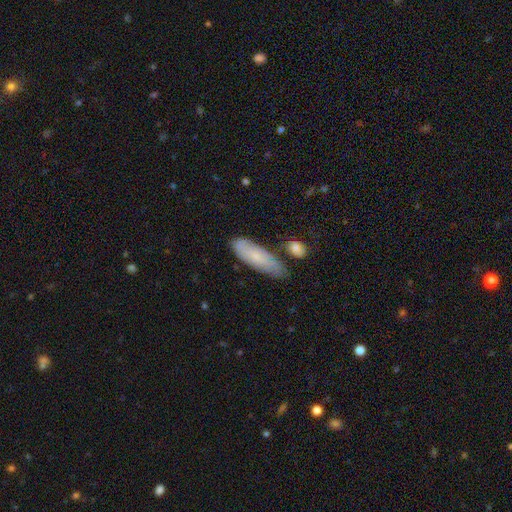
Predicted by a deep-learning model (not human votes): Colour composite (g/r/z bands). It shows a smooth galaxy with no disk features (67%) that is in between round and cigar-shaped (52%). Merging: none (64%).